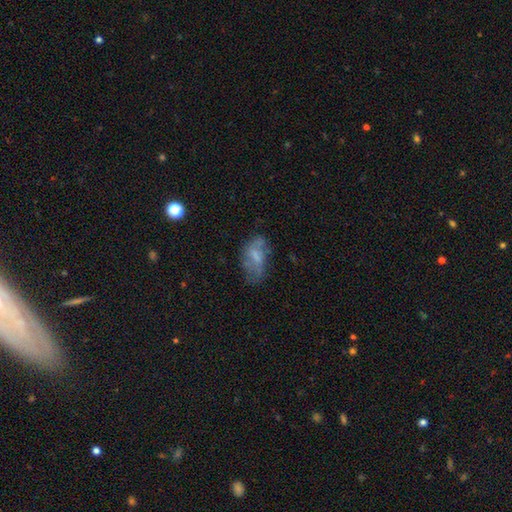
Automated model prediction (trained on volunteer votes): A featured or disk galaxy (45%). Merging: none (49%).